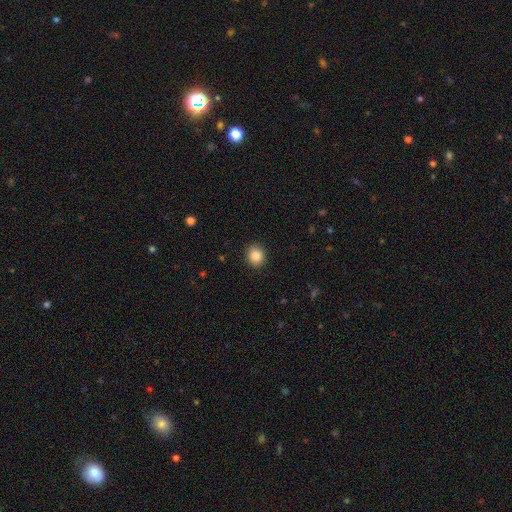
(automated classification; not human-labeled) Q: Smooth or featured?
A: smooth (85%); runner-up: star or artifact (10%)
Q: How rounded?
A: round (76%); runner-up: in between (23%)
Q: Merging?
A: none (91%); runner-up: minor disturbance (6%)